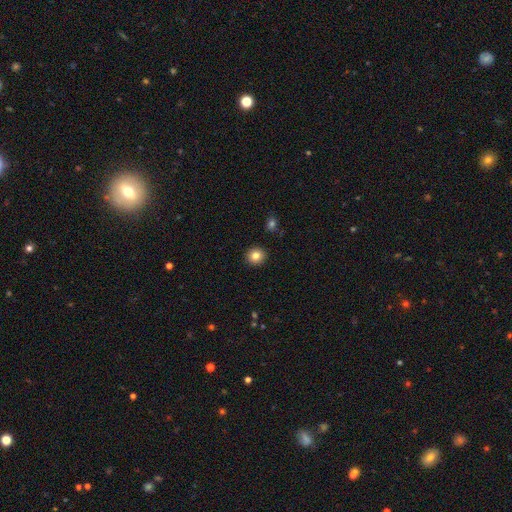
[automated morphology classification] This is clearly a smooth galaxy (82%). How rounded: clearly round (90%). Merging: clearly none (92%).